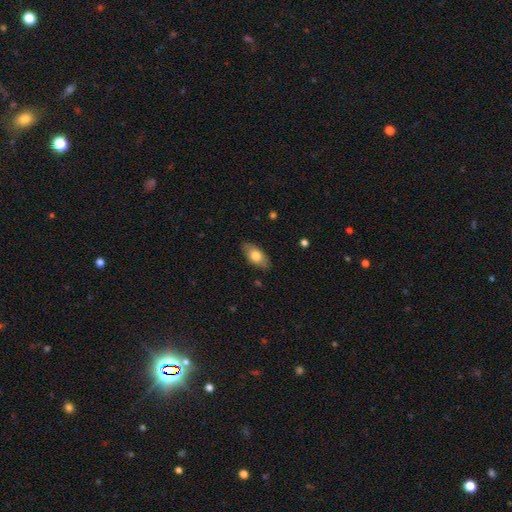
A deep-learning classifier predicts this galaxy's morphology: Overall: smooth (74%). How rounded: in between (89%). Merging: none (85%).